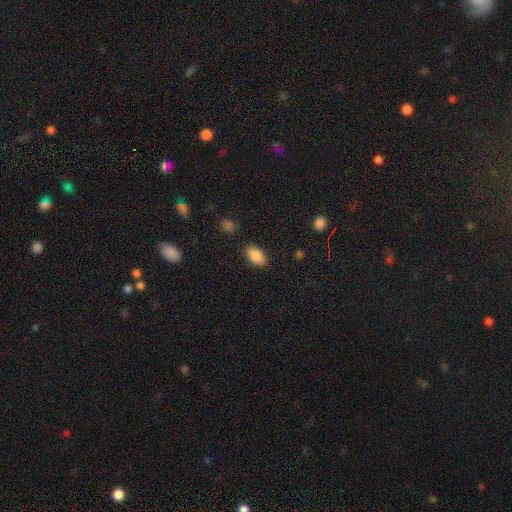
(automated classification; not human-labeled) Q: Smooth or featured?
A: smooth (88%); runner-up: star or artifact (8%)
Q: How rounded?
A: in between (92%); runner-up: round (6%)
Q: Merging?
A: none (85%); runner-up: minor disturbance (11%)